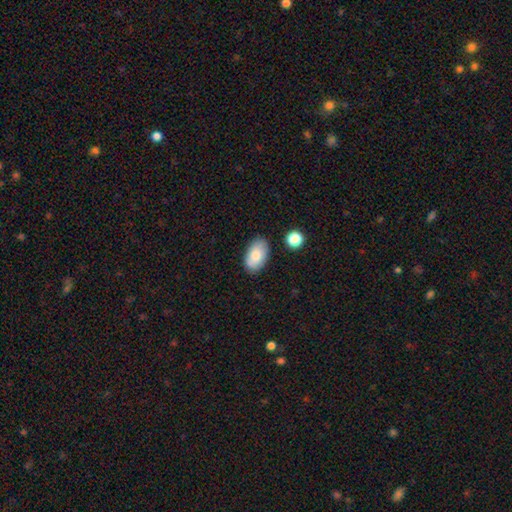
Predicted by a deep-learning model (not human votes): Smooth or featured?
  - smooth: 79% *
  - featured or disk: 14%
  - star or artifact: 7%
How rounded?
  - in between: 94% *
  - round: 5%
  - cigar-shaped: 1%
Merging?
  - none: 80% *
  - minor disturbance: 14%
  - merger: 3%
  - major disturbance: 3%